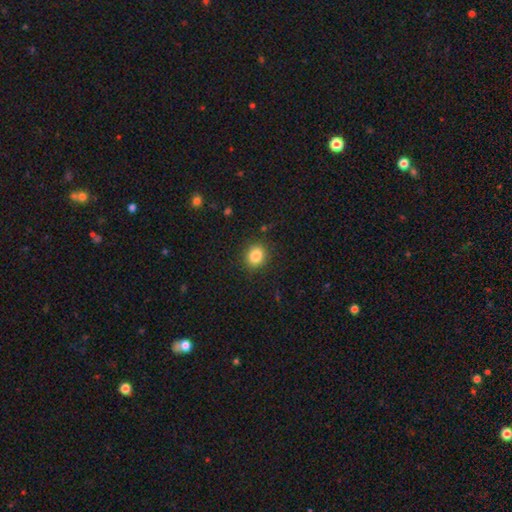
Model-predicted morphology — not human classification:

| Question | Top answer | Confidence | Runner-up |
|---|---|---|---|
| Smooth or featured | smooth | 85% | star or artifact (10%) |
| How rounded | round | 67% | in between (32%) |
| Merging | none | 88% | minor disturbance (8%) |